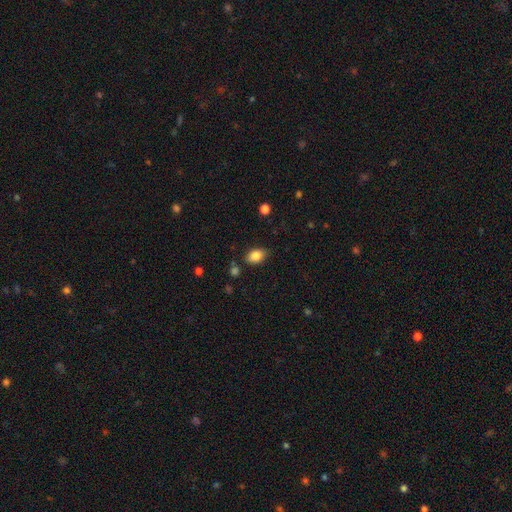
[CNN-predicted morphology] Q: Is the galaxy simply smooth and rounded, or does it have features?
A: smooth — 83%.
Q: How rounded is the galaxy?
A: in between — 86%.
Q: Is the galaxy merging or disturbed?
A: none — 81%.